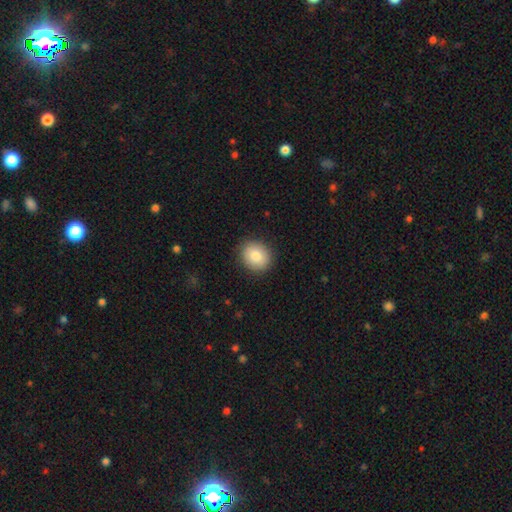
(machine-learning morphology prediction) Overall: smooth (84%). How rounded: round (69%; in between 30%). Merging: none (89%).